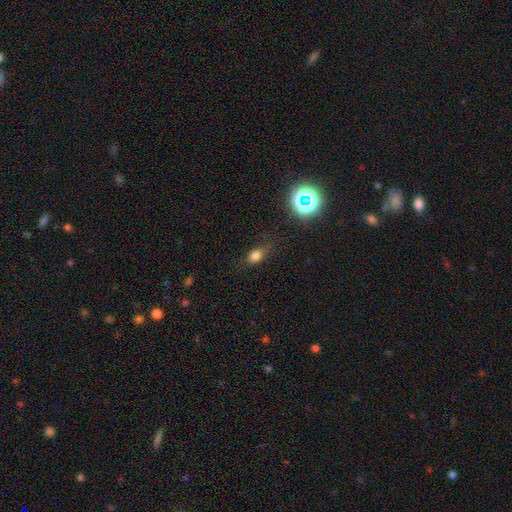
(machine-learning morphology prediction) Smooth or featured: smooth — 73% (star or artifact — 18%)
How rounded: in between — 69% (round — 26%)
Merging: none — 65% (minor disturbance — 23%)